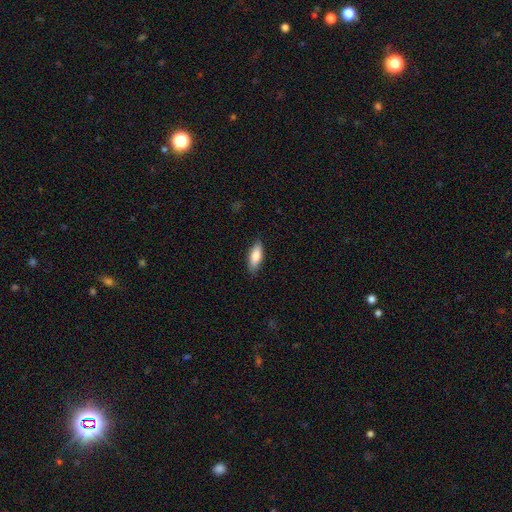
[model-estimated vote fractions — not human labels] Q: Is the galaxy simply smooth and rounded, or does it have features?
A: smooth — 81%.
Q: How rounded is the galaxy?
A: in between — 68%.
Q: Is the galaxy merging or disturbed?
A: none — 85%.